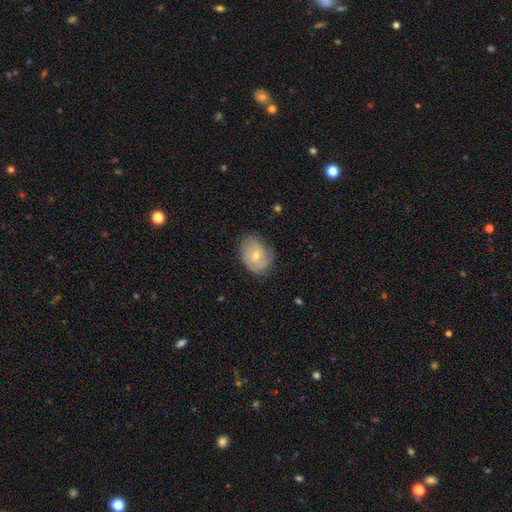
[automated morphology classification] The model was most divided on "smooth or featured": featured or disk: 48%, smooth: 43%, star or artifact: 9%. More confident: merging — none (72%).